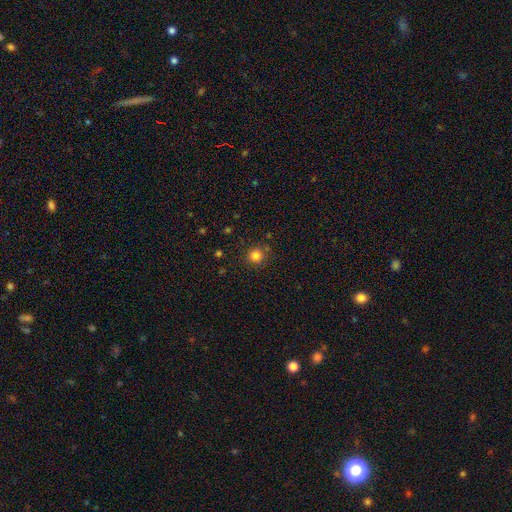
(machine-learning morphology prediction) A smooth galaxy with no disk features (83%) that is round (90%).

Vote fractions:
- Smooth or featured? smooth: 83% / star or artifact: 13% / featured or disk: 5%
- How rounded? round: 90% / in between: 9% / cigar-shaped: 1%
- Merging? none: 83% / minor disturbance: 11% / major disturbance: 3% / merger: 3%